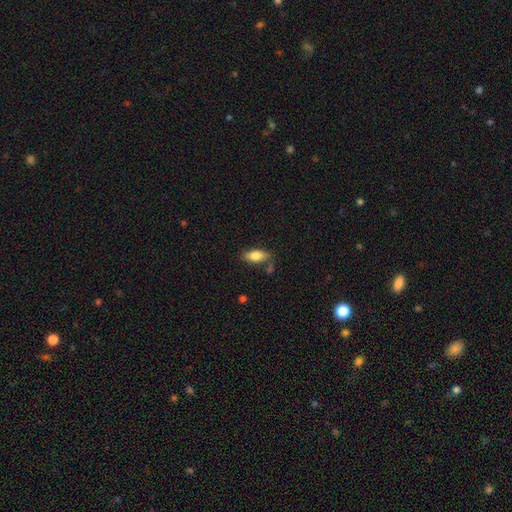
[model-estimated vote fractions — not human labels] This is likely a smooth galaxy (76%). How rounded: likely in between (80%). Merging: likely none (72%).